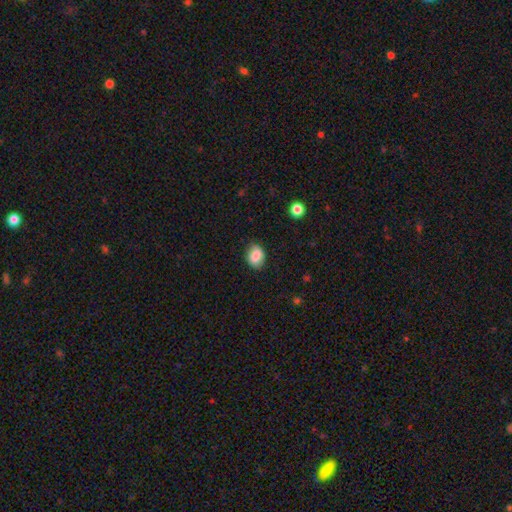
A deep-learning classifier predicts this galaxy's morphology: The model was most divided on "how rounded": in between: 68%, round: 31%, cigar-shaped: 1%. More confident: smooth or featured — smooth (83%); merging — none (83%).